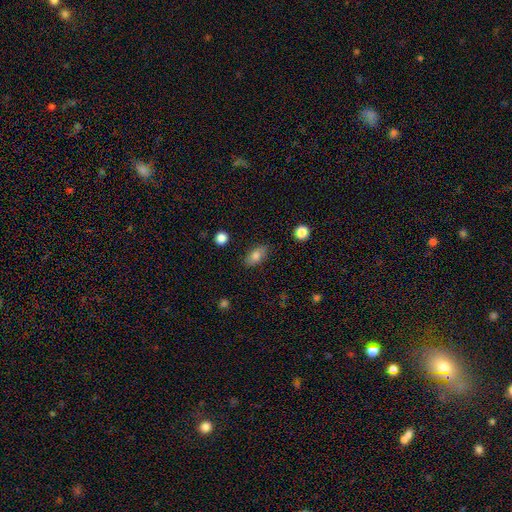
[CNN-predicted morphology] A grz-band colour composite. It shows a smooth galaxy with no disk features (79%) that is in between round and cigar-shaped (88%). Merging: none (83%).